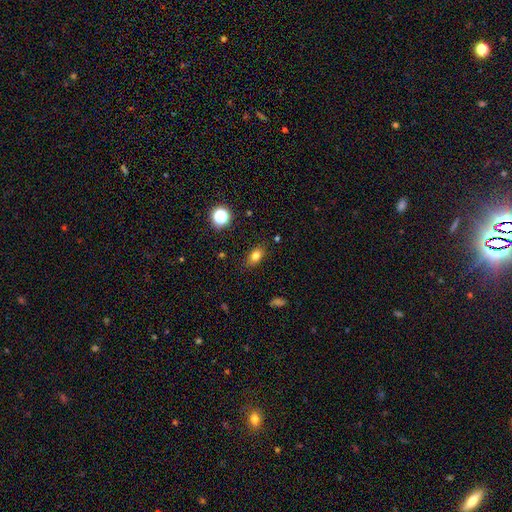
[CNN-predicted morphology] Overall: smooth (79%). How rounded: in between (75%). Merging: none (83%).